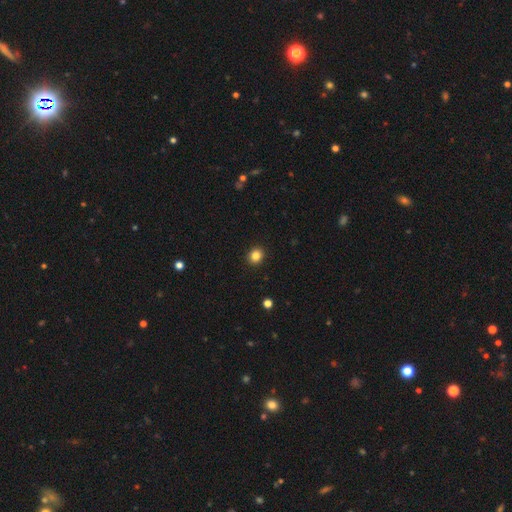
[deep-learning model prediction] Smooth or featured? Predicted: smooth (p=0.84). How rounded? Predicted: round (p=0.79). Merging? Predicted: none (p=0.92).